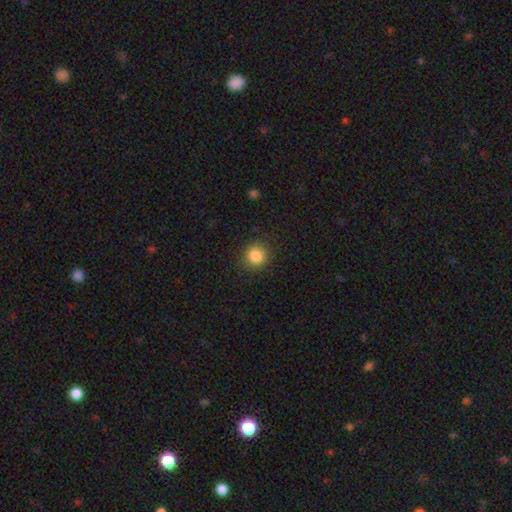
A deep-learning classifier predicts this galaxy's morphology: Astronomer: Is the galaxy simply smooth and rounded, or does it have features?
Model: smooth — 85%.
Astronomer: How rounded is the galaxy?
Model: round — 90%.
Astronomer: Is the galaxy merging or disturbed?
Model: none — 89%.